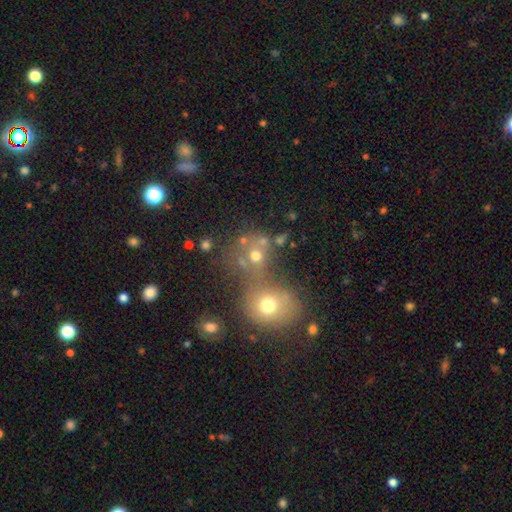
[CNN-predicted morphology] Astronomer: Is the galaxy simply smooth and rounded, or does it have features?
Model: smooth — 63%.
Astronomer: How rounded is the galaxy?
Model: round — 75%.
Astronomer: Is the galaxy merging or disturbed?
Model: merger — 55% (runner-up: none, 30%).